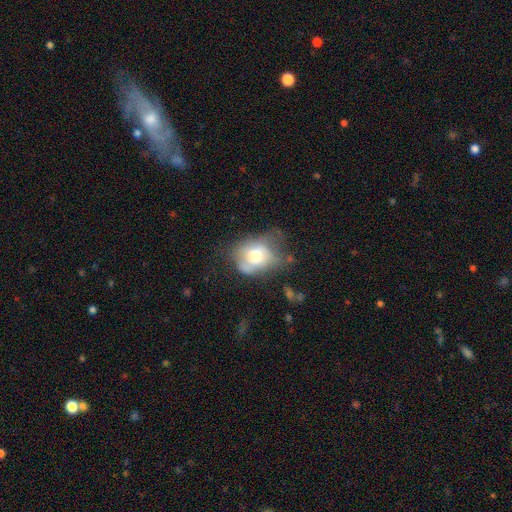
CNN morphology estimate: smooth_or_featured: smooth (p=0.59) [alt: featured or disk p=0.32]
how_rounded: in between (p=0.56) [alt: round p=0.43]
merging: minor disturbance (p=0.32) [alt: major disturbance p=0.31]